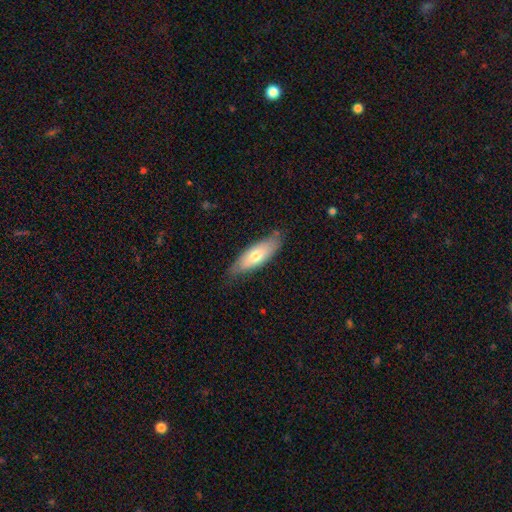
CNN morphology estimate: Smooth or featured: smooth — 64% (featured or disk — 30%)
How rounded: in between — 64% (cigar-shaped — 35%)
Merging: none — 74% (minor disturbance — 20%)